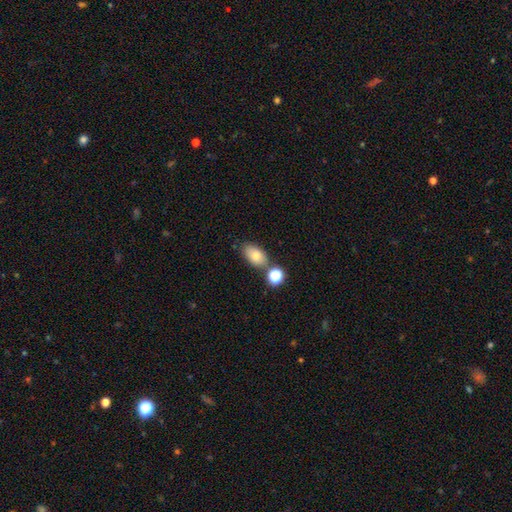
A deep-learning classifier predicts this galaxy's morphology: A smooth galaxy with no disk features (78%) that is in between round and cigar-shaped (89%).

Vote fractions:
- Smooth or featured? smooth: 78% / featured or disk: 13% / star or artifact: 10%
- How rounded? in between: 89% / round: 9% / cigar-shaped: 2%
- Merging? none: 66% / merger: 16% / minor disturbance: 14% / major disturbance: 4%